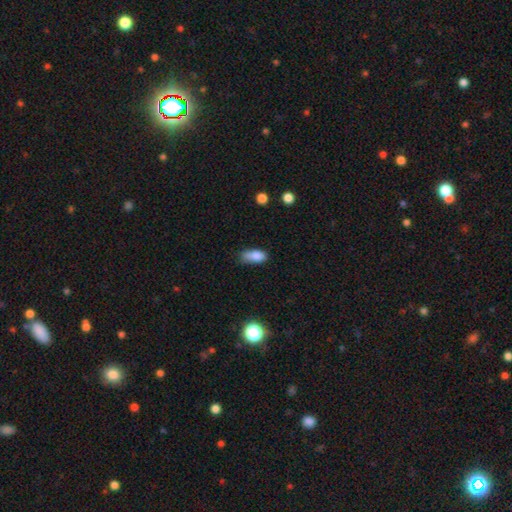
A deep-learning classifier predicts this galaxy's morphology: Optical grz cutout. It shows a smooth galaxy with no disk features (82%) that is in between round and cigar-shaped (83%). Merging: none (48%).